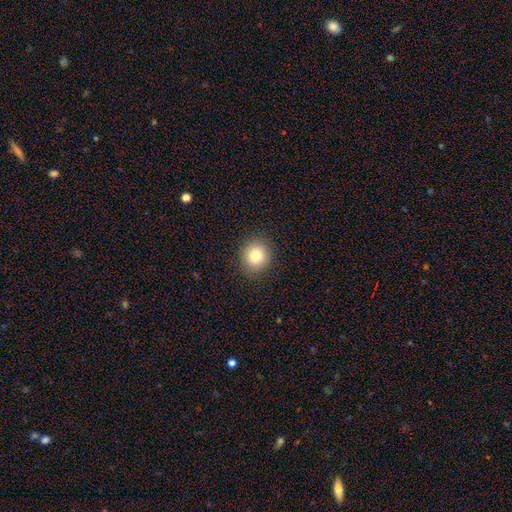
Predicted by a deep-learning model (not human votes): Smooth or featured: smooth — 82% (star or artifact — 10%)
How rounded: round — 83% (in between — 16%)
Merging: none — 89% (minor disturbance — 7%)